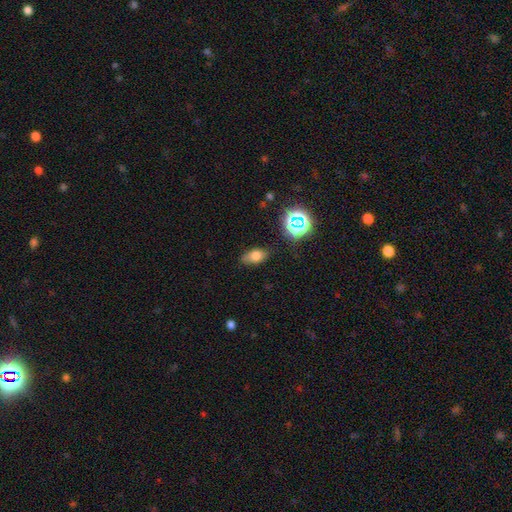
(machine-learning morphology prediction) The model was most divided on "smooth or featured": smooth: 71%, star or artifact: 16%, featured or disk: 14%. More confident: how rounded — in between (84%); merging — none (77%).